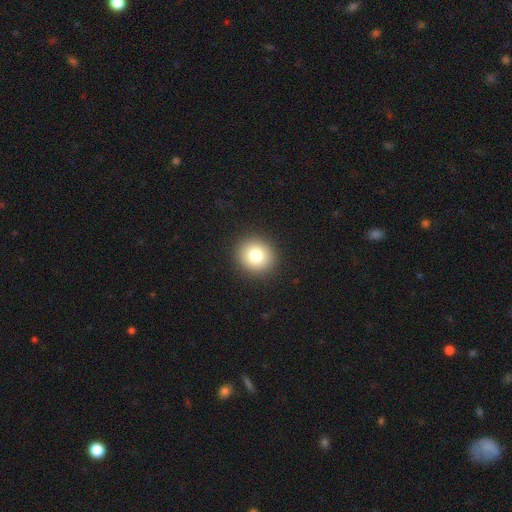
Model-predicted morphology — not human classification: This is likely a smooth galaxy (79%). How rounded: clearly round (88%). Merging: clearly none (92%).